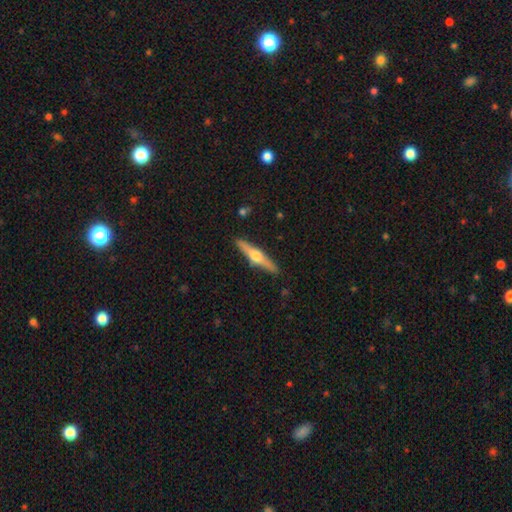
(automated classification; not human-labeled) Smooth or featured? Predicted: featured or disk (p=0.64). Edge-on disk? Predicted: yes (p=0.96). Edge-on bulge? Predicted: rounded (p=0.94). Merging? Predicted: none (p=0.89).